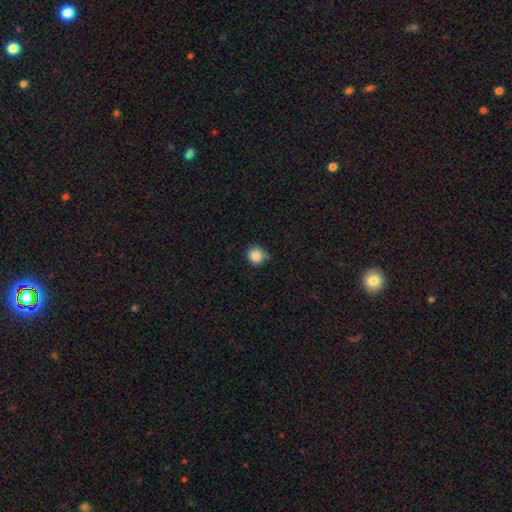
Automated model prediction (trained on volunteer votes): smooth_or_featured: smooth (p=0.87) [alt: star or artifact p=0.10]
how_rounded: round (p=0.91) [alt: in between p=0.08]
merging: none (p=0.73) [alt: minor disturbance p=0.21]